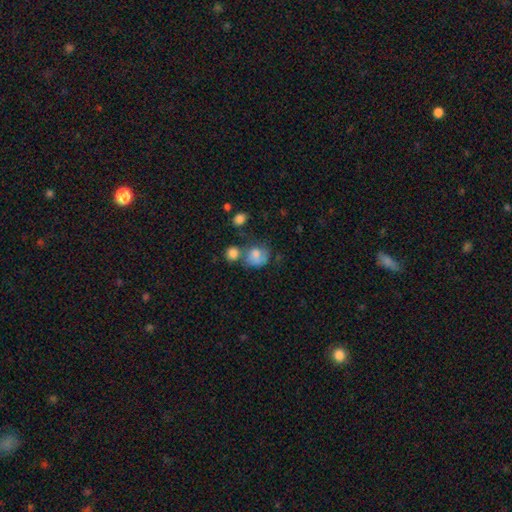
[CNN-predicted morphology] This is likely a smooth galaxy (67%). How rounded: likely round (63%). Merging: marginally none (34%).